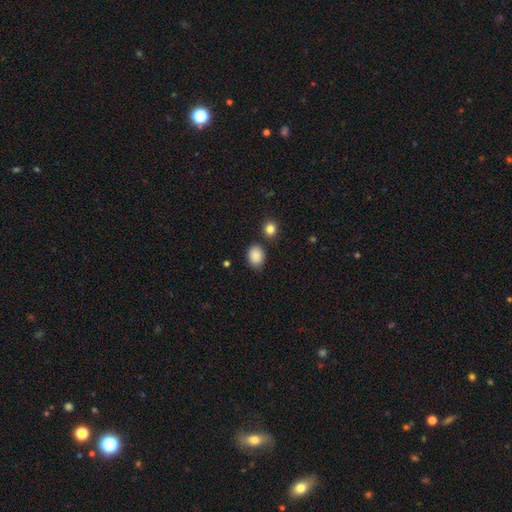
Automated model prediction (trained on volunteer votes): Overall: smooth (88%). How rounded: in between (61%; round 38%). Merging: none (78%).